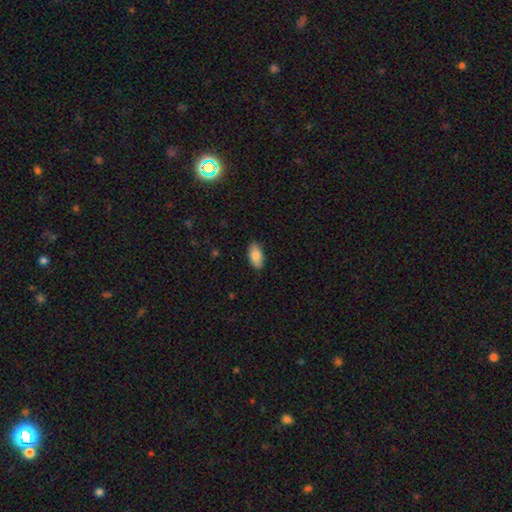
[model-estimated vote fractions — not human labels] Overall: smooth (85%). How rounded: in between (91%). Merging: none (87%).